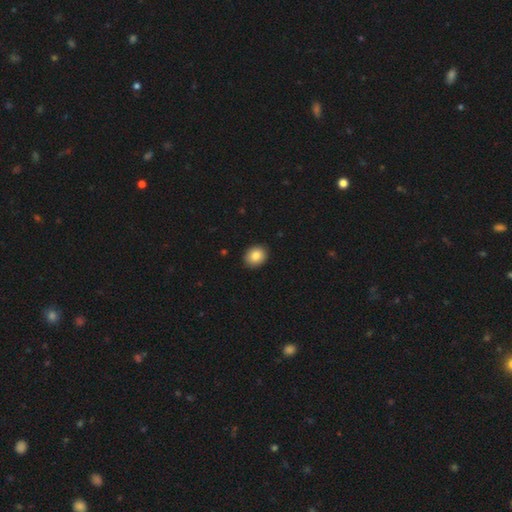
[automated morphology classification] Smooth or featured: smooth — 85% (star or artifact — 8%)
How rounded: round — 54% (in between — 46%)
Merging: none — 90% (minor disturbance — 8%)